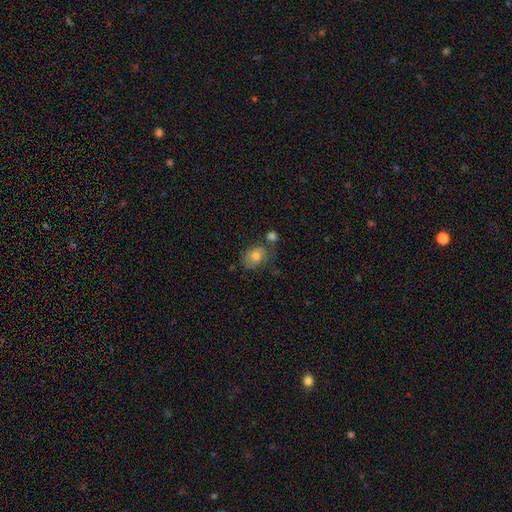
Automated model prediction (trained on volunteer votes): This is likely a smooth galaxy (68%). How rounded: likely in between (60%). Merging: possibly none (55%).